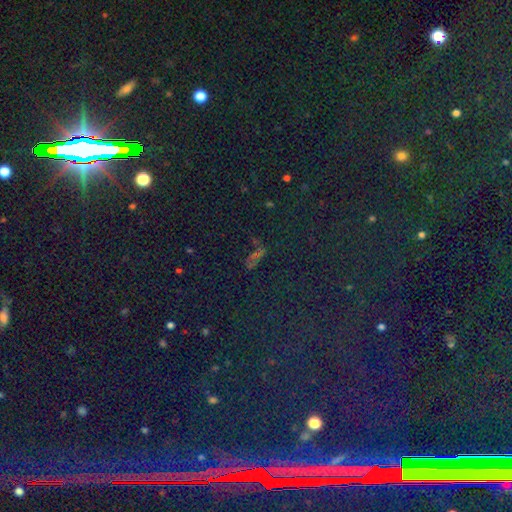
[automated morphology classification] This appears to be a star or artifact, not a galaxy (61%).